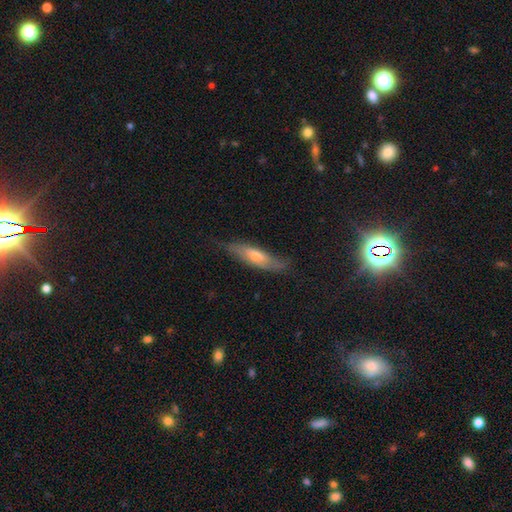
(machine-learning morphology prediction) Smooth or featured? smooth (48%)
Merging? none (70%)